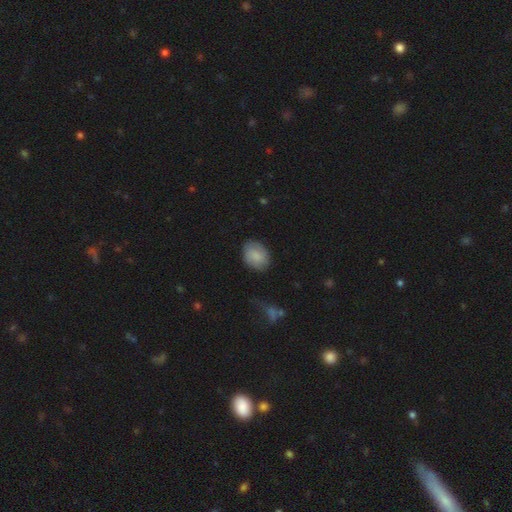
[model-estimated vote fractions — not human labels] Smooth or featured? smooth (82%)
How rounded? in between (61%)
Merging? none (80%)